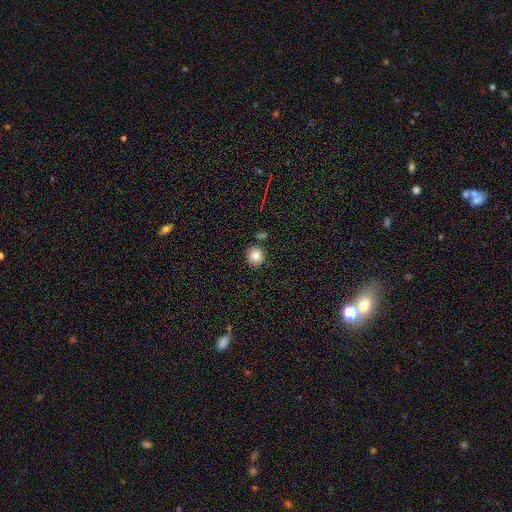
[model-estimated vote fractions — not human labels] This is clearly a smooth galaxy (83%). How rounded: clearly round (89%). Merging: clearly none (85%).